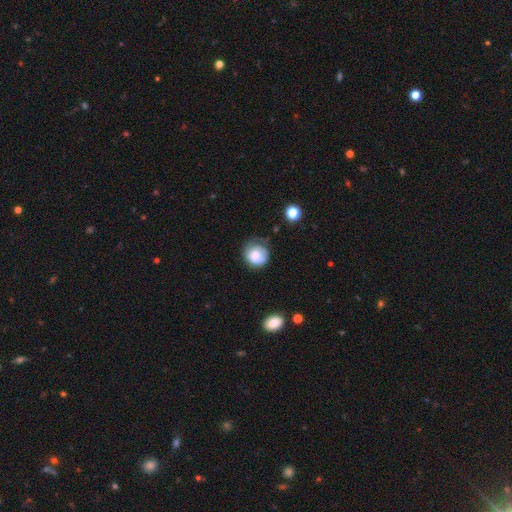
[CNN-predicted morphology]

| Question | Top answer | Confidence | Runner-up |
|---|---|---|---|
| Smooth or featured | smooth | 68% | featured or disk (24%) |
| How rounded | round | 83% | in between (16%) |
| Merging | none | 42% | minor disturbance (33%) |